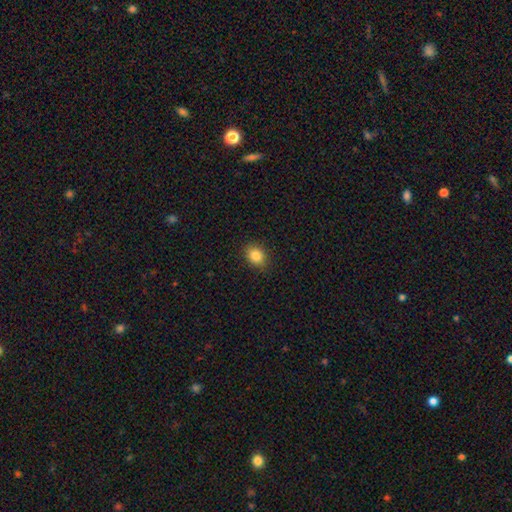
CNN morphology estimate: Smooth or featured?
  - smooth: 85% *
  - star or artifact: 10%
  - featured or disk: 5%
How rounded?
  - in between: 52% *
  - round: 47%
  - cigar-shaped: 1%
Merging?
  - none: 88% *
  - minor disturbance: 9%
  - major disturbance: 2%
  - merger: 1%